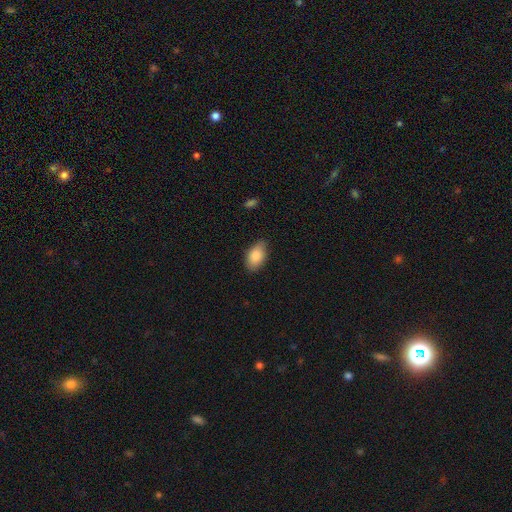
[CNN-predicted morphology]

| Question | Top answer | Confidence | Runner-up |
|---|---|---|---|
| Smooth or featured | smooth | 85% | featured or disk (8%) |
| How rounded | in between | 92% | round (6%) |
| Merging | none | 81% | minor disturbance (16%) |